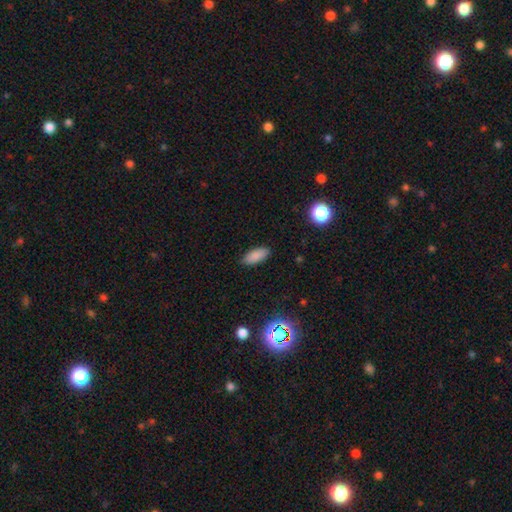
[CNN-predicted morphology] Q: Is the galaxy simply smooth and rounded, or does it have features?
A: smooth — 87%.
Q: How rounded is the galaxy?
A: in between — 84%.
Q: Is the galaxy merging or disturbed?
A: none — 88%.